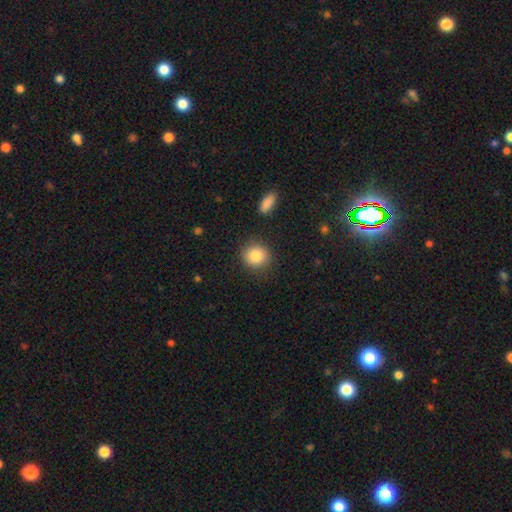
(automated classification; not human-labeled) Smooth or featured? Predicted: smooth (p=0.85). How rounded? Predicted: round (p=0.85). Merging? Predicted: none (p=0.88).